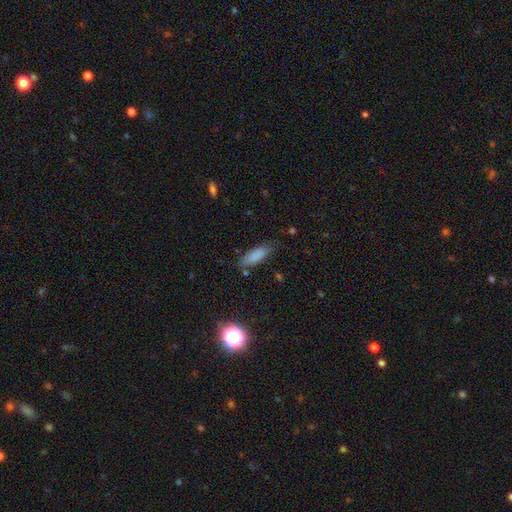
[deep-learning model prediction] smooth 83%, star or artifact 9%, featured or disk 8%. Down the decision tree: how rounded — in between (63%); merging — none (76%).